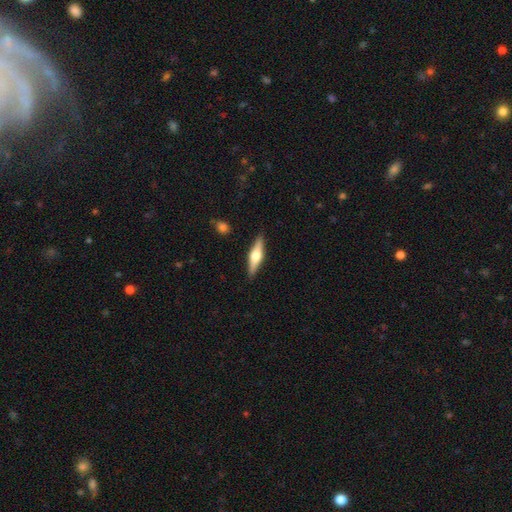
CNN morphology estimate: This appears to be a featured or disk galaxy (60%) viewed edge-on (96%) with a rounded central bulge (93%). Merging: none (89%).